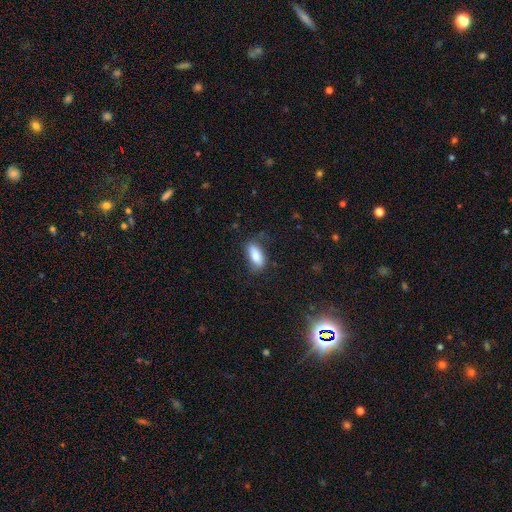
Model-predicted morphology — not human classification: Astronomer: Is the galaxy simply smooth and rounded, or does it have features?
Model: smooth — 80%.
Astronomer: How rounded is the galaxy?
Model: in between — 84%.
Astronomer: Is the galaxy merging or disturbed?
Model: none — 65%.